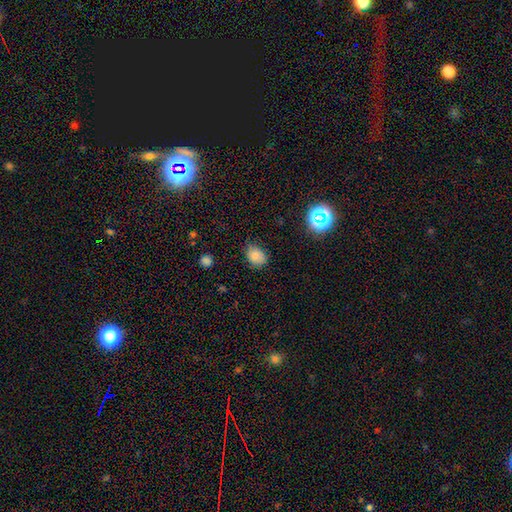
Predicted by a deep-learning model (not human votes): A smooth galaxy with no disk features (80%) that is in between round and cigar-shaped (59%).

Vote fractions:
- Smooth or featured? smooth: 80% / star or artifact: 13% / featured or disk: 7%
- How rounded? in between: 59% / round: 40% / cigar-shaped: 1%
- Merging? none: 72% / minor disturbance: 22% / major disturbance: 4% / merger: 1%